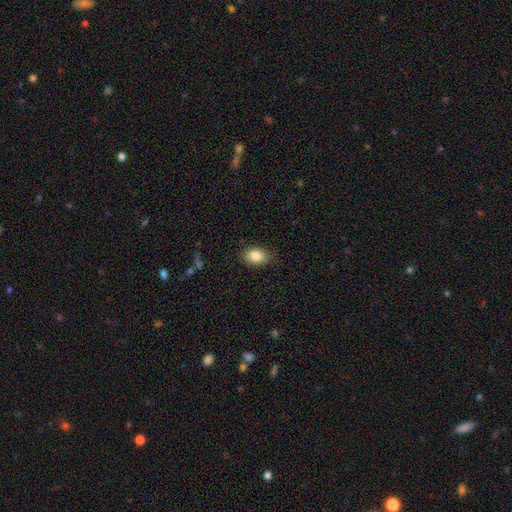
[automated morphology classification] A smooth galaxy with no disk features (85%) that is in between round and cigar-shaped (79%). Merging: none (82%).